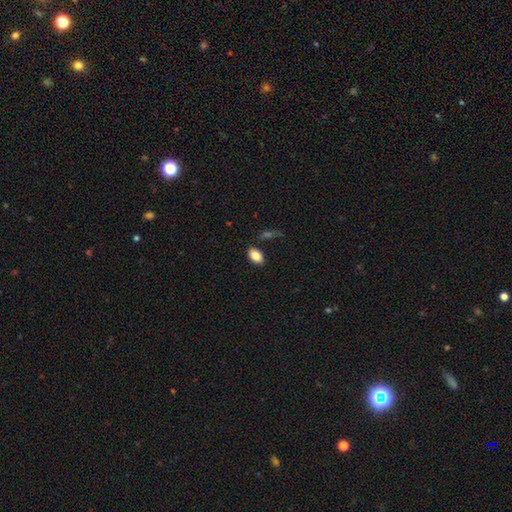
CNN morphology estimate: Q: Smooth or featured?
A: smooth (84%); runner-up: featured or disk (8%)
Q: How rounded?
A: in between (91%); runner-up: round (7%)
Q: Merging?
A: none (83%); runner-up: minor disturbance (11%)